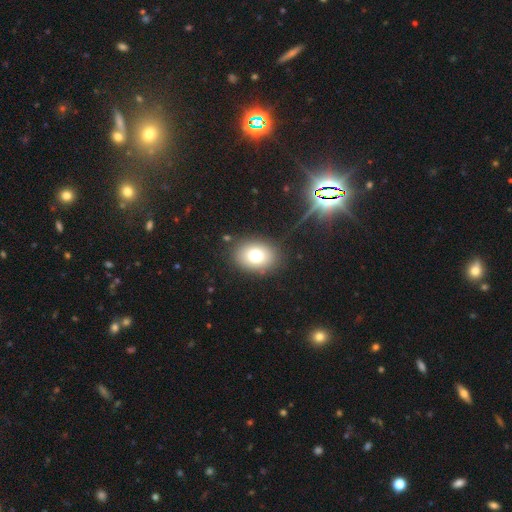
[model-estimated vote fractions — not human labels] The model was most divided on "how rounded": in between: 62%, round: 37%, cigar-shaped: 1%. More confident: merging — none (86%); smooth or featured — smooth (75%).